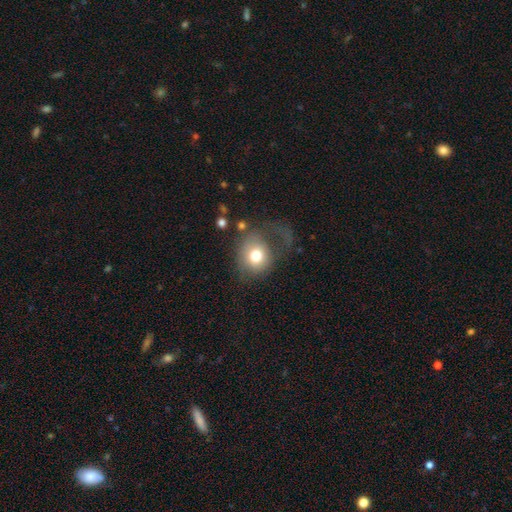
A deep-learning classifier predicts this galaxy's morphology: Smooth or featured? smooth (71%)
How rounded? round (64%)
Merging? major disturbance (44%)